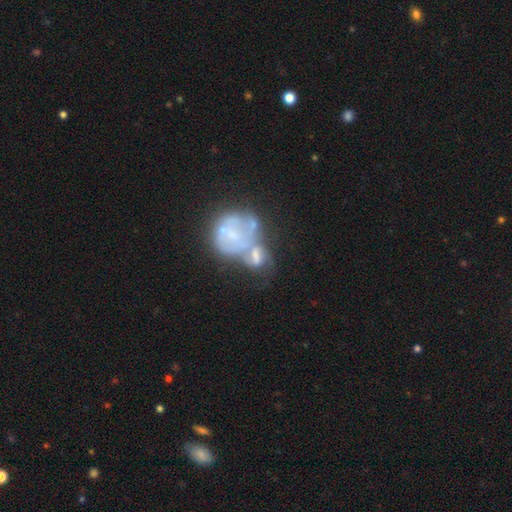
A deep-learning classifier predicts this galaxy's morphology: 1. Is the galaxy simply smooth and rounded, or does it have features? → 53% featured or disk, 36% smooth, 11% star or artifact.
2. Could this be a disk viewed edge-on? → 97% no, 3% yes.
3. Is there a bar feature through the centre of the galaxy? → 71% no, 20% weak, 9% strong.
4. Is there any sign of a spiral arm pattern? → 68% no, 32% yes.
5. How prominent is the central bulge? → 44% none, 24% small, 24% moderate, 6% large, 2% dominant.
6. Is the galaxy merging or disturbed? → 53% merger, 18% major disturbance, 17% none, 11% minor disturbance.